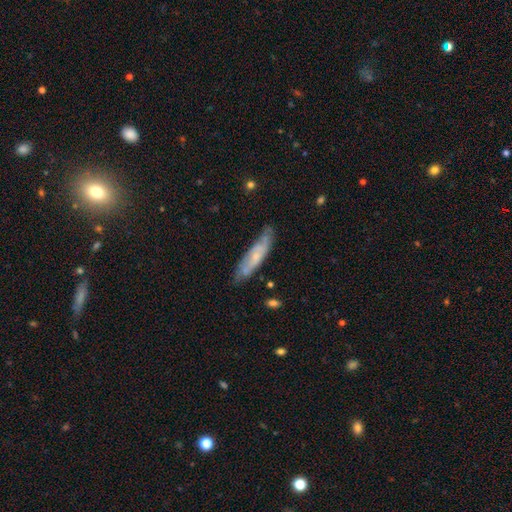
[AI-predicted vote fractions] featured or disk 52%, smooth 41%, star or artifact 7%. Down the decision tree: edge-on disk — no (56%); merging — none (69%).